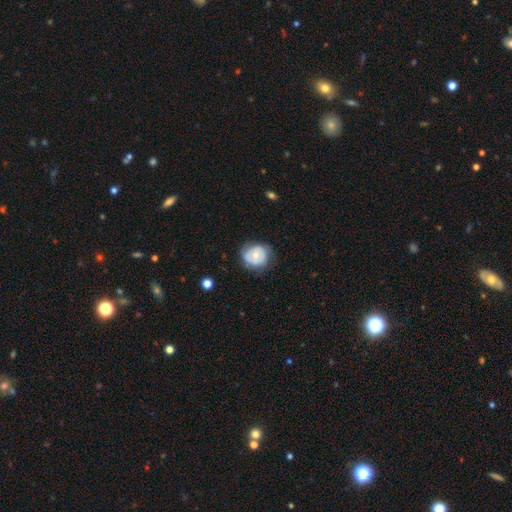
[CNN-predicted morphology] Smooth or featured?
  - smooth: 49% *
  - featured or disk: 44%
  - star or artifact: 7%
Merging?
  - none: 66% *
  - minor disturbance: 25%
  - major disturbance: 8%
  - merger: 1%